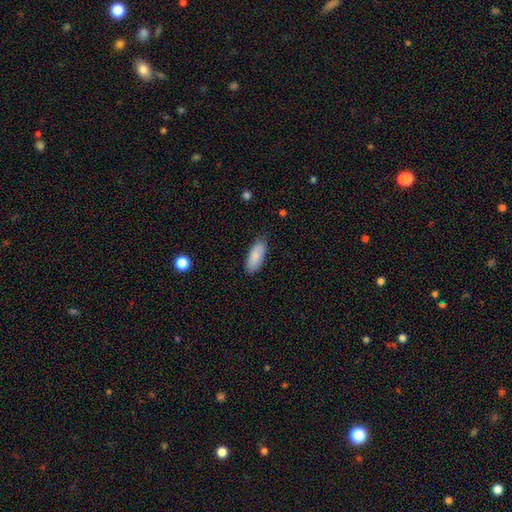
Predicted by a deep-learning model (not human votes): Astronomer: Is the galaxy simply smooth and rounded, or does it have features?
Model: smooth — 86%.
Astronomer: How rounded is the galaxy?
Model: in between — 81%.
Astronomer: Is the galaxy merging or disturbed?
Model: none — 81%.